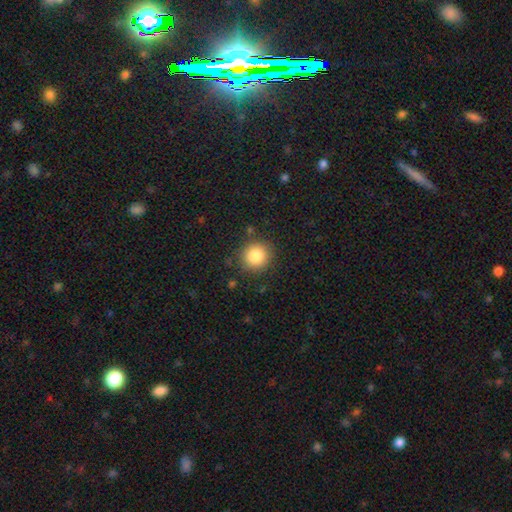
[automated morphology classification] type=smooth (85%); roundness=round (90%); merging=none (87%).